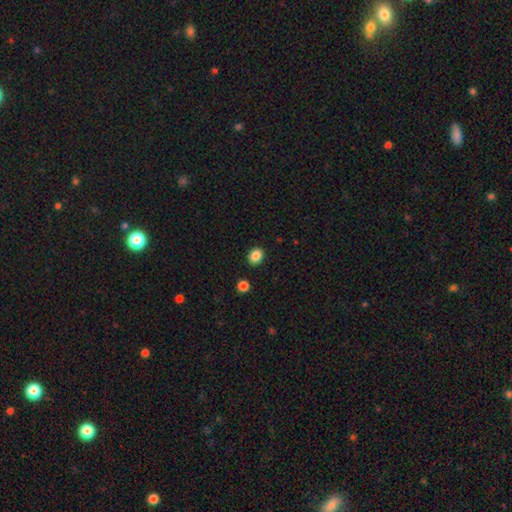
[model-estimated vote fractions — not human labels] This is clearly a smooth galaxy (86%). How rounded: possibly round (50%). Merging: clearly none (89%).